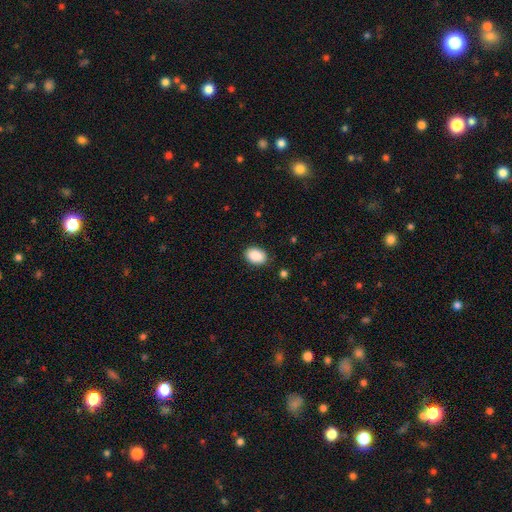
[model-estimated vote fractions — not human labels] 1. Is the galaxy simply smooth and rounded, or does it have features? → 90% smooth, 7% star or artifact, 3% featured or disk.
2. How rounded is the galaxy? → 81% in between, 18% round, 1% cigar-shaped.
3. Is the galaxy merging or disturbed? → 86% none, 10% minor disturbance, 3% major disturbance, 1% merger.